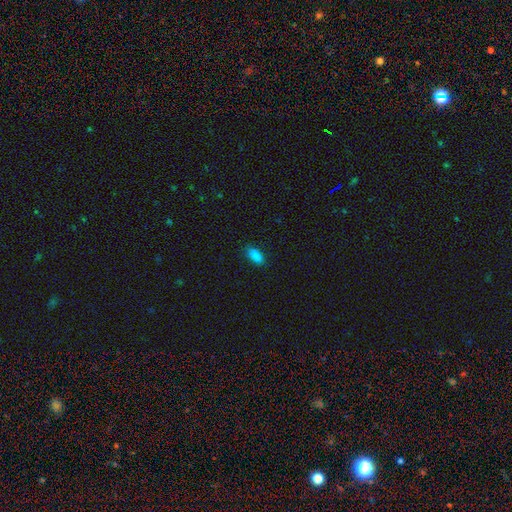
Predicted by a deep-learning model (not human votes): smooth_or_featured: smooth (p=0.87) [alt: star or artifact p=0.09]
how_rounded: in between (p=0.85) [alt: cigar-shaped p=0.12]
merging: none (p=0.86) [alt: minor disturbance p=0.10]